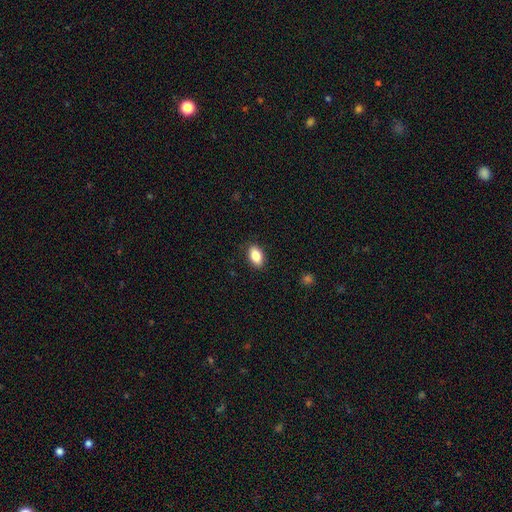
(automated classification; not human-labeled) Overall: smooth (85%). How rounded: in between (90%). Merging: none (87%).